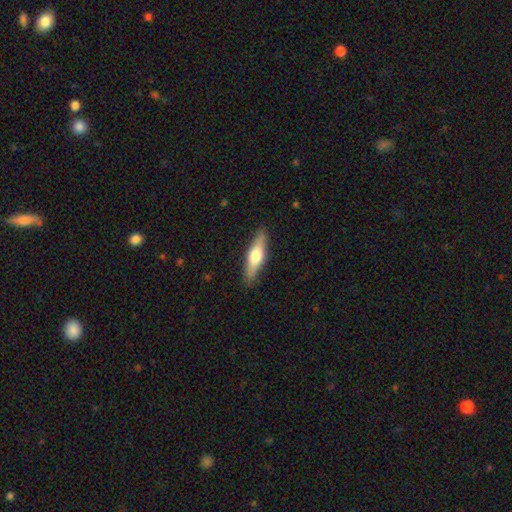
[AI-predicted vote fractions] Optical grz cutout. It shows a smooth galaxy with no disk features (55%) that is cigar-shaped (60%). Merging: none (88%).